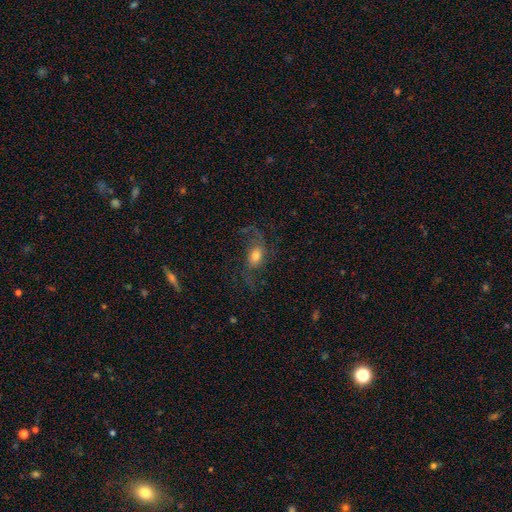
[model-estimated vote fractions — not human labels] A featured or disk galaxy (54%) with no bar (66%), spiral arms (82%) and a moderate central bulge (54%).

Vote fractions:
- Smooth or featured? featured or disk: 54% / smooth: 34% / star or artifact: 12%
- Edge-on disk? no: 93% / yes: 7%
- Bar? no: 66% / weak: 26% / strong: 7%
- Spiral arms? yes: 82% / no: 18%
- Bulge size? moderate: 54% / large: 21% / small: 17% / dominant: 4% / none: 3%
- Merging? none: 53% / major disturbance: 26% / minor disturbance: 18% / merger: 2%